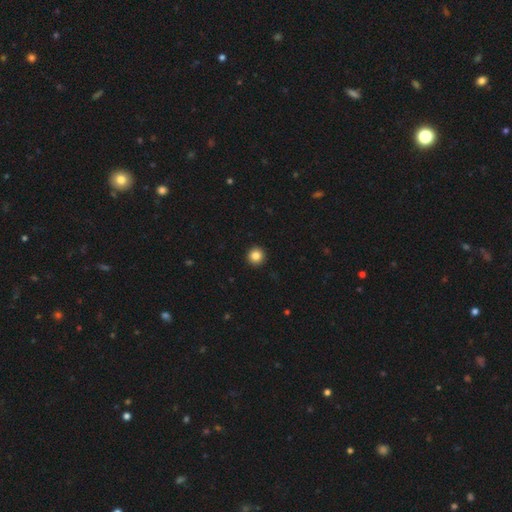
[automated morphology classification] Q: Smooth or featured?
A: smooth (85%); runner-up: star or artifact (10%)
Q: How rounded?
A: round (96%); runner-up: in between (3%)
Q: Merging?
A: none (94%); runner-up: minor disturbance (3%)